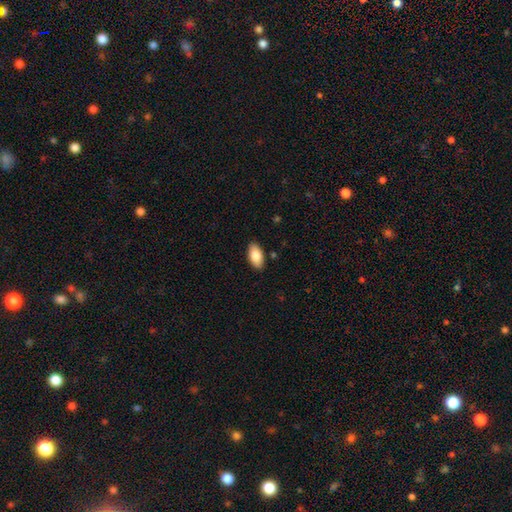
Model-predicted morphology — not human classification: The model was most divided on "smooth or featured": smooth: 84%, featured or disk: 10%, star or artifact: 6%. More confident: how rounded — in between (94%); merging — none (87%).